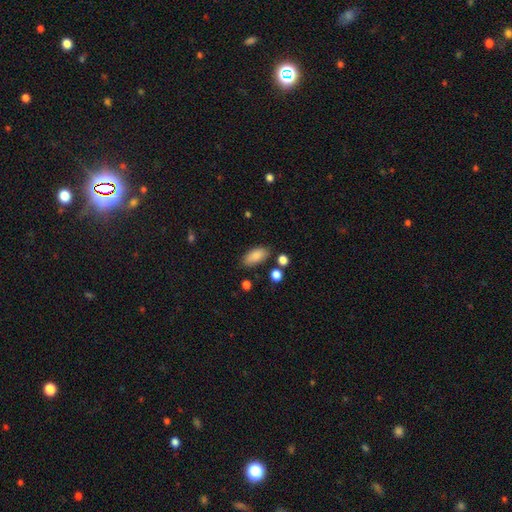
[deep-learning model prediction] A smooth galaxy with no disk features (86%) that is in between round and cigar-shaped (90%).

Vote fractions:
- Smooth or featured? smooth: 86% / star or artifact: 7% / featured or disk: 6%
- How rounded? in between: 90% / cigar-shaped: 7% / round: 3%
- Merging? none: 79% / minor disturbance: 13% / merger: 4% / major disturbance: 3%